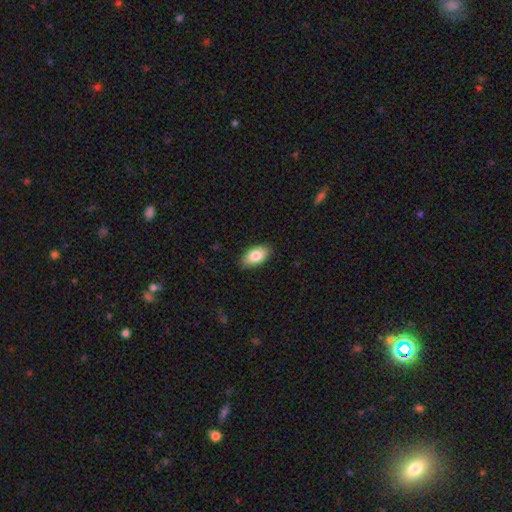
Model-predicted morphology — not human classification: Smooth or featured: smooth — 83% (featured or disk — 11%)
How rounded: in between — 94% (round — 4%)
Merging: none — 87% (minor disturbance — 10%)